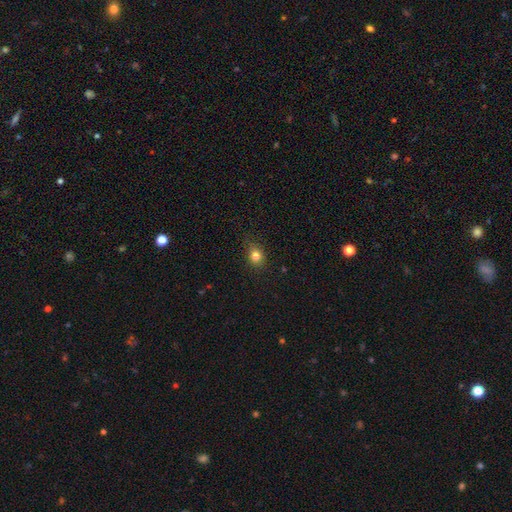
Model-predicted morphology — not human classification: Smooth or featured? smooth (81%)
How rounded? round (53%)
Merging? none (78%)